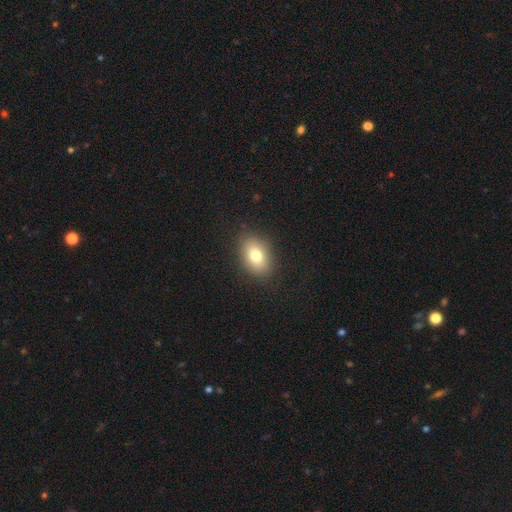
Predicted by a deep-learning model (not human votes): A smooth galaxy with no disk features (78%) that is in between round and cigar-shaped (82%). Merging: none (86%).